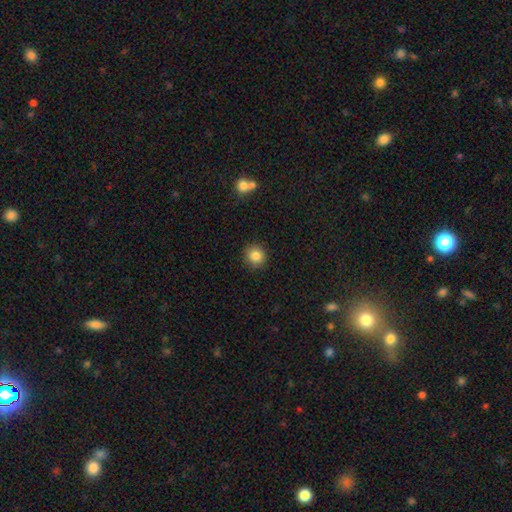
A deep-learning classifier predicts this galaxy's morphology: This appears to be a smooth galaxy with no disk features (84%) that is round (92%). Merging: none (90%).